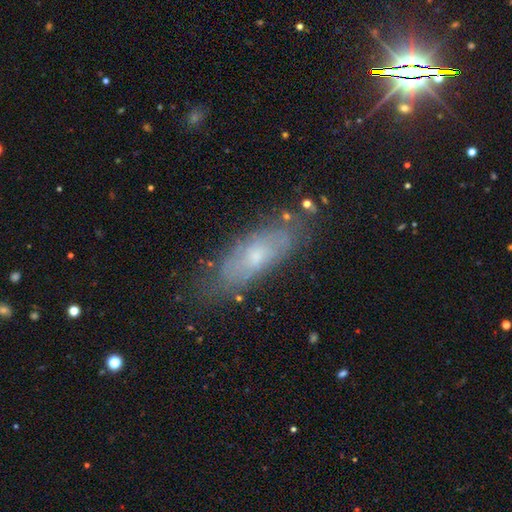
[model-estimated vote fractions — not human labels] The model was most divided on "smooth or featured": featured or disk: 47%, smooth: 43%, star or artifact: 10%. More confident: merging — none (74%).